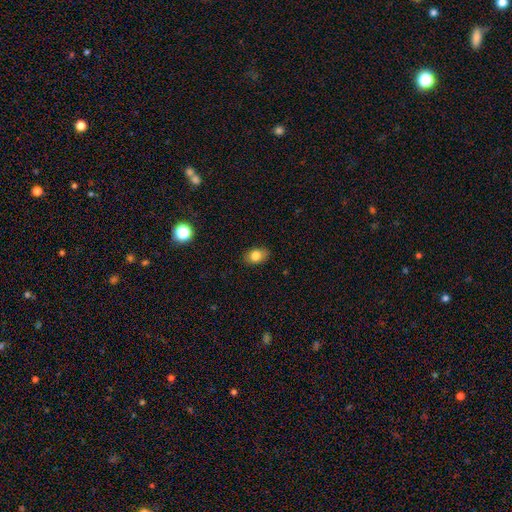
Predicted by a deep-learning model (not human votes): smooth-or-featured: smooth: 81% | star or artifact: 10% | featured or disk: 9%
  how-rounded: in between: 77% | round: 22% | cigar-shaped: 1%
  merging: none: 85% | minor disturbance: 11% | major disturbance: 2% | merger: 1%